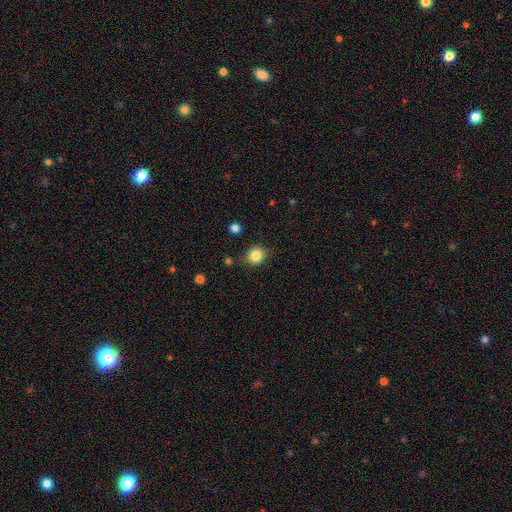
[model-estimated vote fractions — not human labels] This is clearly a smooth galaxy (84%). How rounded: clearly round (81%). Merging: clearly none (83%).